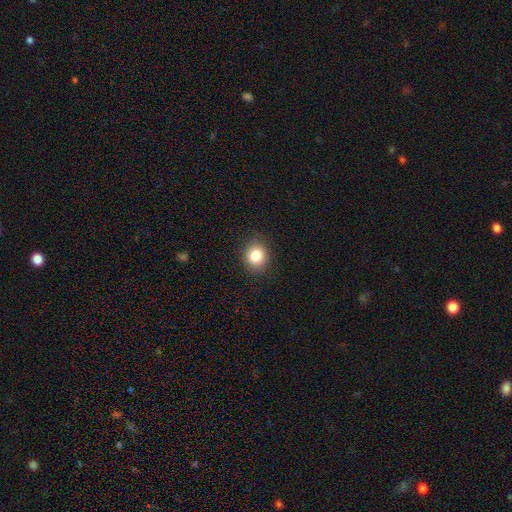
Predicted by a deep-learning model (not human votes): A smooth galaxy with no disk features (82%) that is round (77%). Merging: none (90%).